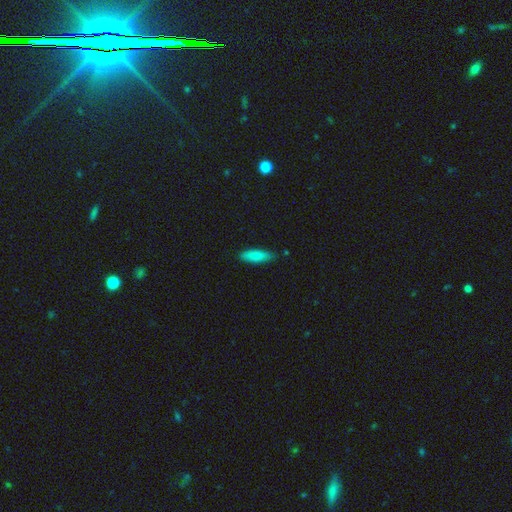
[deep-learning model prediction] smooth-or-featured: smooth: 84% | featured or disk: 9% | star or artifact: 7%
  how-rounded: cigar-shaped: 55% | in between: 43% | round: 2%
  merging: none: 79% | minor disturbance: 17% | major disturbance: 3% | merger: 2%